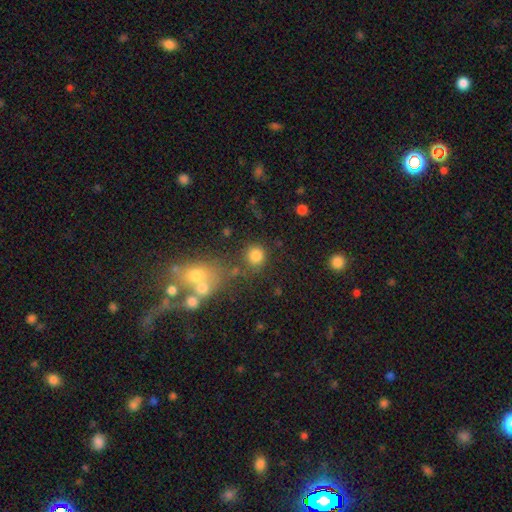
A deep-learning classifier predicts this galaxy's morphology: Smooth or featured? smooth (80%)
How rounded? round (85%)
Merging? none (71%)